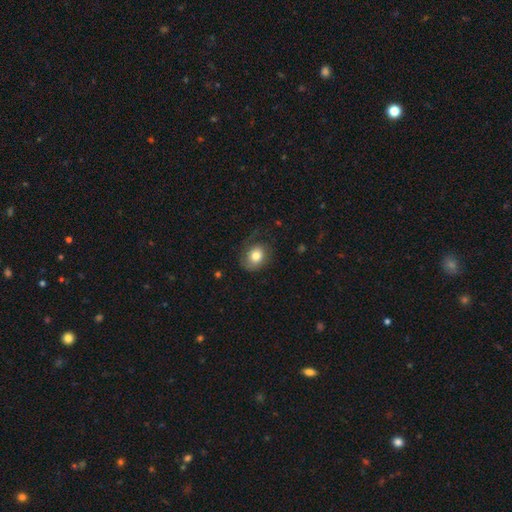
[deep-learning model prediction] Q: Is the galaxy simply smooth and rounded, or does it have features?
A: smooth — 70%.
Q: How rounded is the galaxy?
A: round — 54%.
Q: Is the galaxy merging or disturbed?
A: none — 59%.